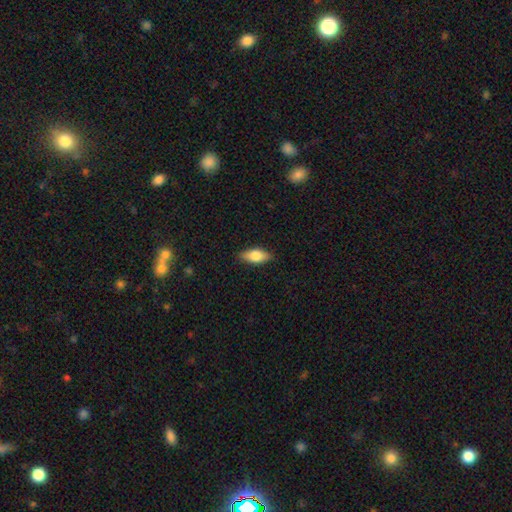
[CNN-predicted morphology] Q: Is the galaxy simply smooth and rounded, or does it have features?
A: smooth — 73%.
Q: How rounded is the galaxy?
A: in between — 82%.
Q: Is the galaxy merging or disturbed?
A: none — 88%.